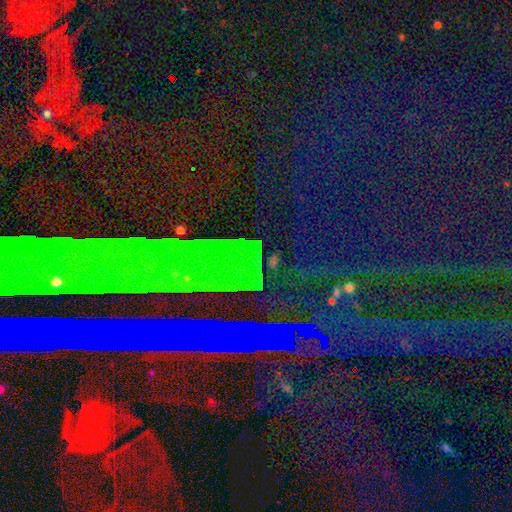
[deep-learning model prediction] smooth_or_featured: star or artifact (p=0.86) [alt: featured or disk p=0.08]